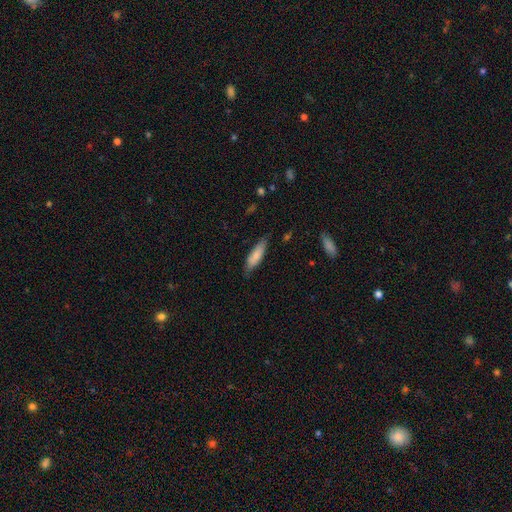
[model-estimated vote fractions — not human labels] Overall: smooth (80%). How rounded: cigar-shaped (54%; in between 44%). Merging: none (75%).